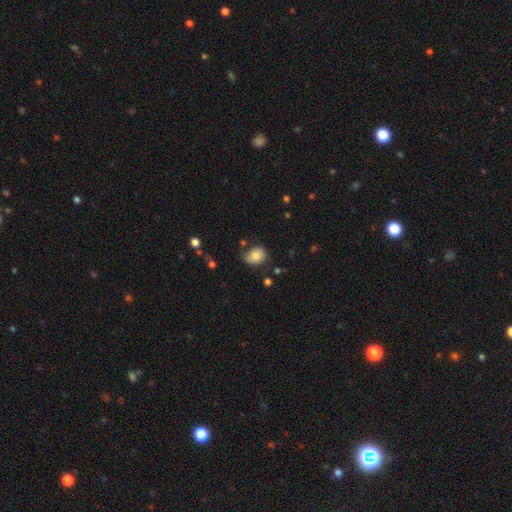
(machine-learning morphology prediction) smooth 73%, featured or disk 18%, star or artifact 9%. Down the decision tree: how rounded — in between (56%); merging — none (57%).